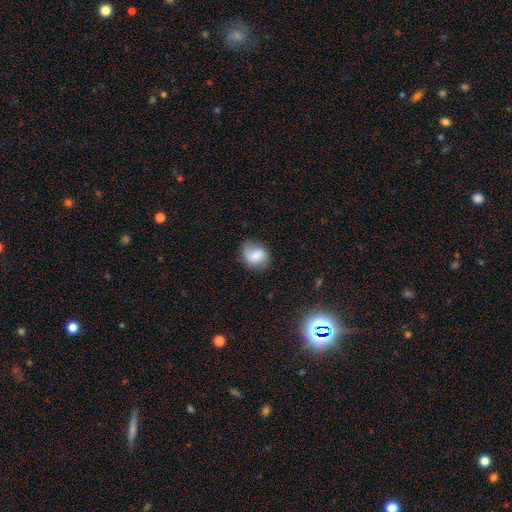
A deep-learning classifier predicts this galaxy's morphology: Overall: smooth (64%; featured or disk 27%). How rounded: round (55%; in between 44%). Merging: none (72%).